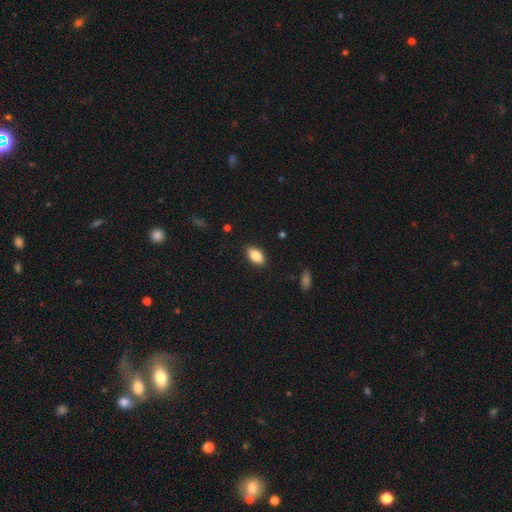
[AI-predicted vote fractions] smooth 84%, featured or disk 9%, star or artifact 8%. Down the decision tree: how rounded — in between (92%); merging — none (88%).